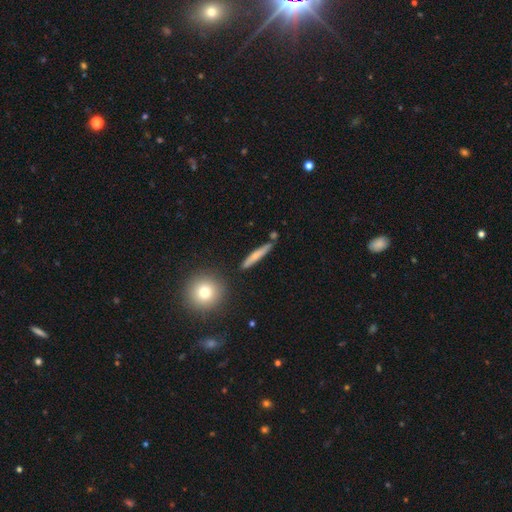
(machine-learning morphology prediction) A smooth galaxy with no disk features (60%) that is cigar-shaped (91%). Merging: none (81%).